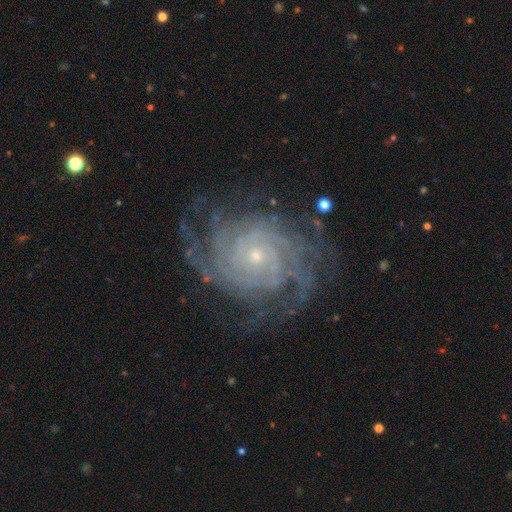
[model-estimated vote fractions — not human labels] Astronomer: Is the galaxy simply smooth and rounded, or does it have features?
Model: featured or disk — 90%.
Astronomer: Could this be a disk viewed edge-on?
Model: no — 97%.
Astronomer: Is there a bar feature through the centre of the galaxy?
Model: no — 78%.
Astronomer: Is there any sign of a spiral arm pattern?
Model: yes — 98%.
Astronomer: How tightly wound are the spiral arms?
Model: tight — 77%.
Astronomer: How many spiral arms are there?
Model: more than 4 — 23% (runner-up: 4, 22%).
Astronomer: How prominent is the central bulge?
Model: small — 80%.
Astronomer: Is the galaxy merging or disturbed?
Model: none — 76%.